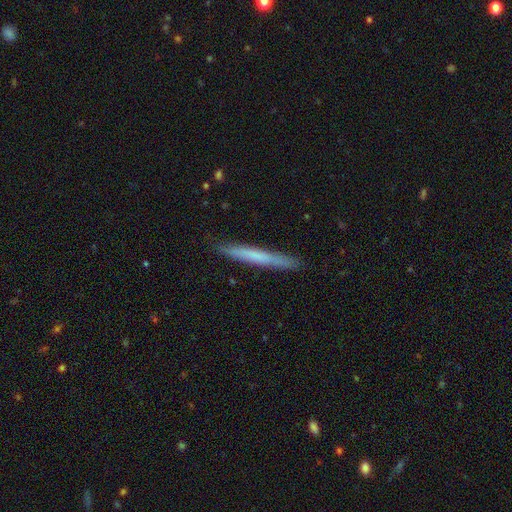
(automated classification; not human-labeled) Smooth or featured? Predicted: smooth (p=0.59). How rounded? Predicted: cigar-shaped (p=0.97). Merging? Predicted: none (p=0.89).